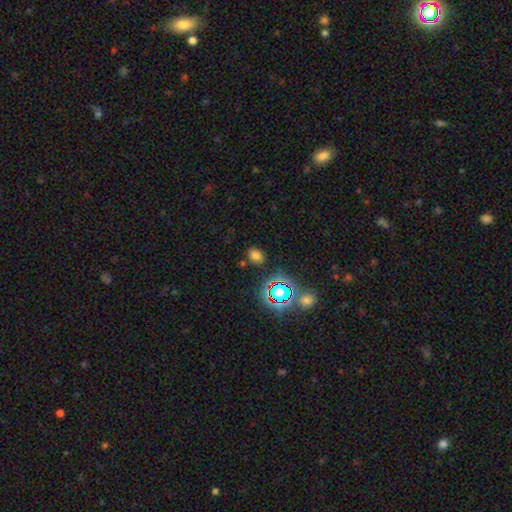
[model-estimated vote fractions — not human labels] Smooth or featured? Predicted: smooth (p=0.67). How rounded? Predicted: in between (p=0.58). Merging? Predicted: none (p=0.81).